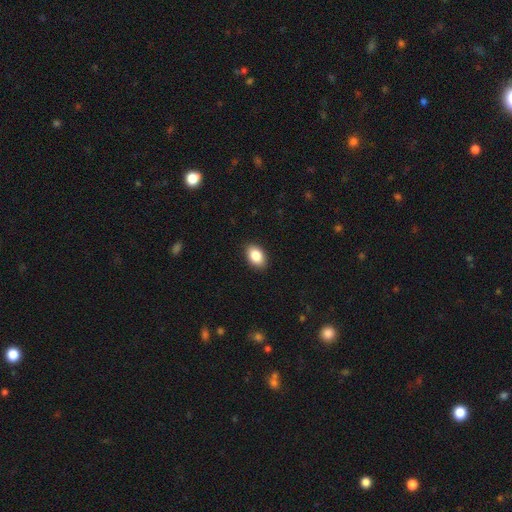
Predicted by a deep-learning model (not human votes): This appears to be a smooth galaxy with no disk features (87%) that is in between round and cigar-shaped (88%). Merging: none (89%).